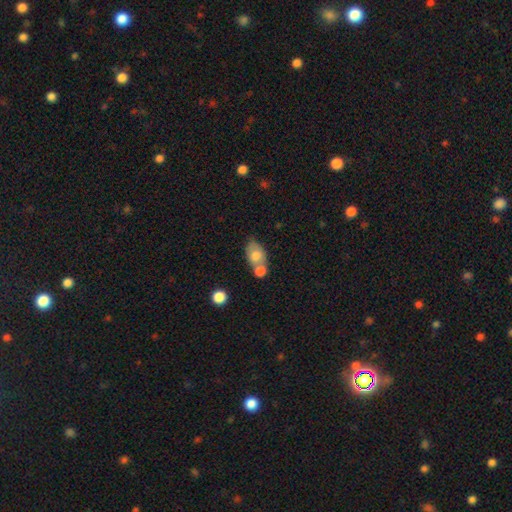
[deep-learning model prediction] Overall: smooth (73%). How rounded: in between (81%). Merging: merger (55%; none 29%).